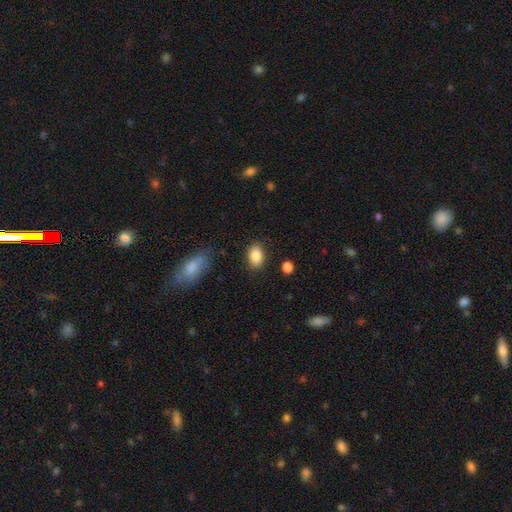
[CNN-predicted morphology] This is clearly a smooth galaxy (87%). How rounded: clearly in between (84%). Merging: clearly none (85%).